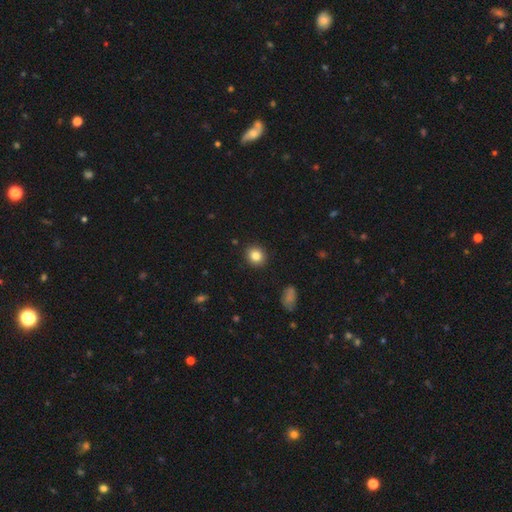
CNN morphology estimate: This is clearly a smooth galaxy (84%). How rounded: clearly round (82%). Merging: clearly none (91%).